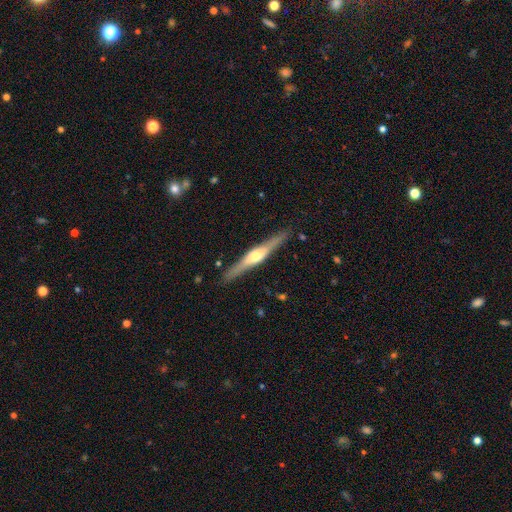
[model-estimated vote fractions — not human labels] A featured or disk galaxy (73%) viewed edge-on (97%) with a rounded central bulge (87%).

Vote fractions:
- Smooth or featured? featured or disk: 73% / smooth: 22% / star or artifact: 5%
- Edge-on disk? yes: 97% / no: 3%
- Edge-on bulge? rounded: 87% / boxy: 8% / none: 4%
- Merging? none: 88% / minor disturbance: 9% / major disturbance: 2% / merger: 1%